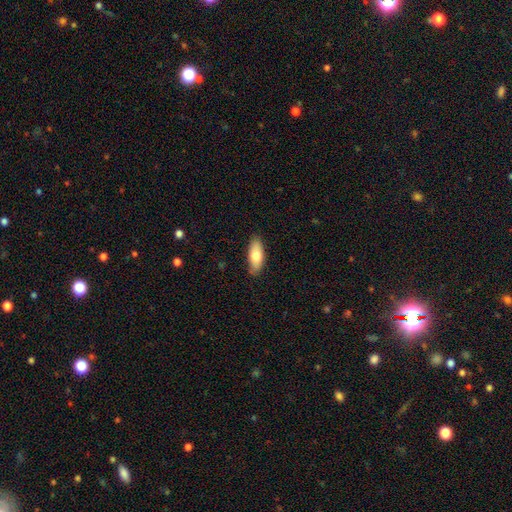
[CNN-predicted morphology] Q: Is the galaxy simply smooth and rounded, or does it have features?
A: smooth — 75%.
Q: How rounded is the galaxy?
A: in between — 76%.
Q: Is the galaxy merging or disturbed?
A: none — 86%.